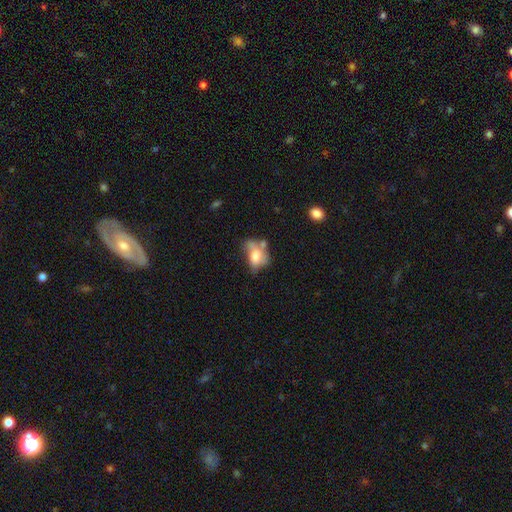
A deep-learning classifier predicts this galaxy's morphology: Smooth or featured? Predicted: smooth (p=0.61). How rounded? Predicted: in between (p=0.77). Merging? Predicted: merger (p=0.27).